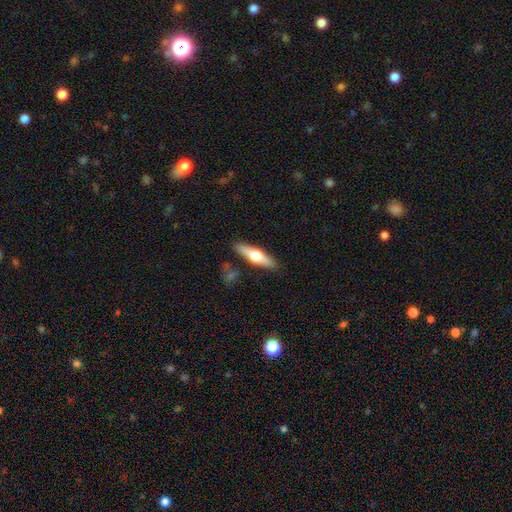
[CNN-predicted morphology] Smooth or featured?
  - featured or disk: 52% *
  - smooth: 42%
  - star or artifact: 5%
Edge-on disk?
  - yes: 93% *
  - no: 7%
Merging?
  - none: 85% *
  - minor disturbance: 9%
  - merger: 3%
  - major disturbance: 2%